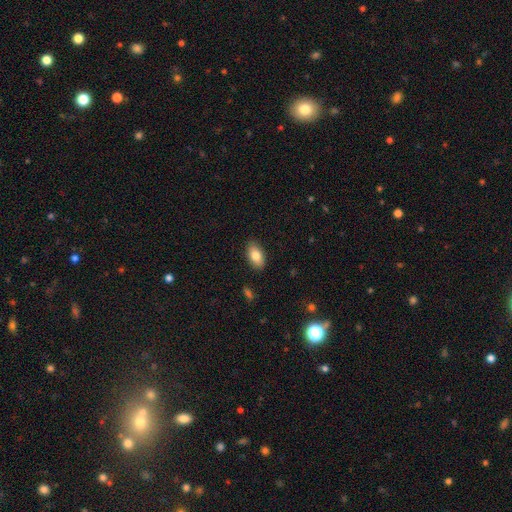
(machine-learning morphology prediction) type=smooth (82%); roundness=in between (92%); merging=none (88%).